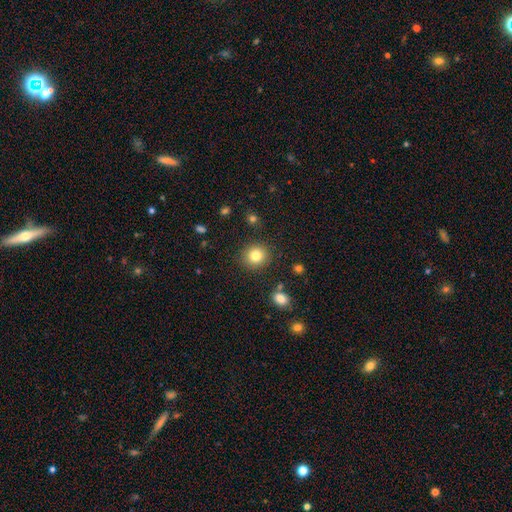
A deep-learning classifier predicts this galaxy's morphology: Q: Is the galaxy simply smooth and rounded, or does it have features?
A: smooth — 83%.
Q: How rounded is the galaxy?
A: round — 85%.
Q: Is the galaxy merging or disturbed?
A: none — 88%.